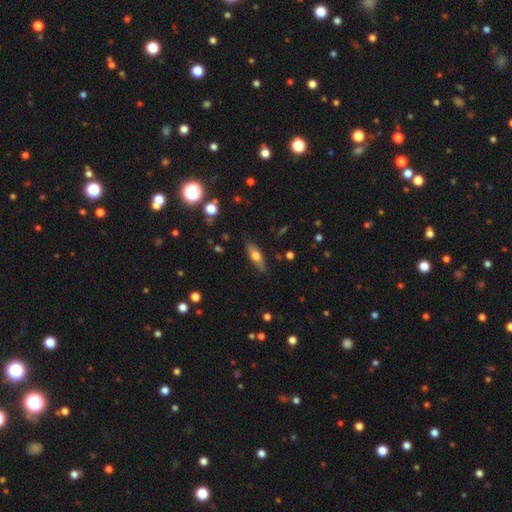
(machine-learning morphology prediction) Smooth or featured?
  - smooth: 56% *
  - featured or disk: 37%
  - star or artifact: 7%
How rounded?
  - in between: 50% *
  - cigar-shaped: 46%
  - round: 3%
Merging?
  - none: 85% *
  - minor disturbance: 11%
  - major disturbance: 2%
  - merger: 1%